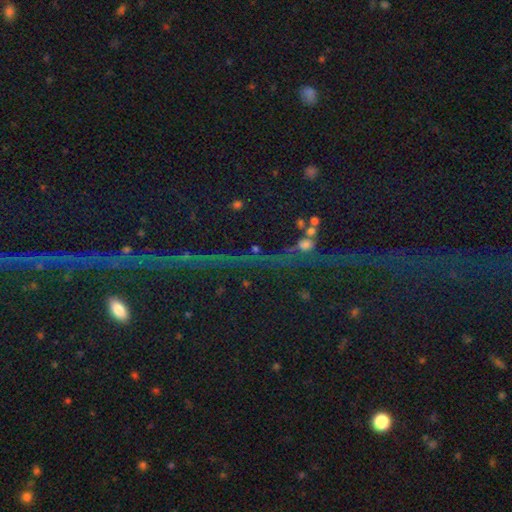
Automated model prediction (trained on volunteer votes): star or artifact 75%, featured or disk 14%, smooth 11%.